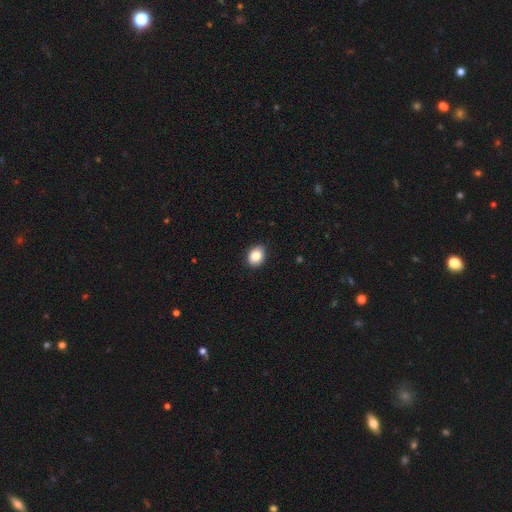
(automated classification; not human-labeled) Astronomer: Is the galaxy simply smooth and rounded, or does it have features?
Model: smooth — 86%.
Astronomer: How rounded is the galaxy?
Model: in between — 63%.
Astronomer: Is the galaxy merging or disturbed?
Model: none — 88%.